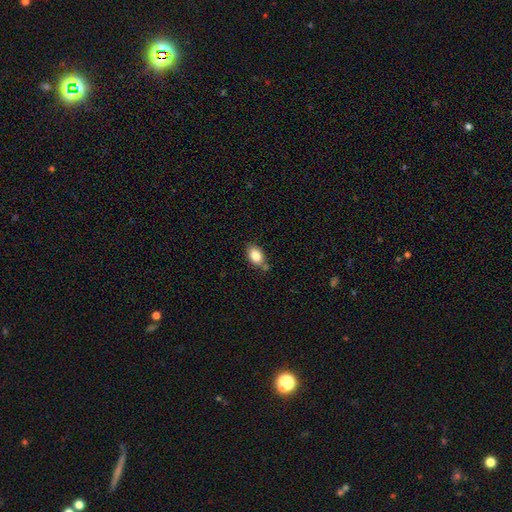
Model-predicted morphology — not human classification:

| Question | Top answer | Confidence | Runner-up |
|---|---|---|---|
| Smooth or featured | smooth | 85% | star or artifact (8%) |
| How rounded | in between | 81% | round (18%) |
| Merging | none | 66% | minor disturbance (20%) |